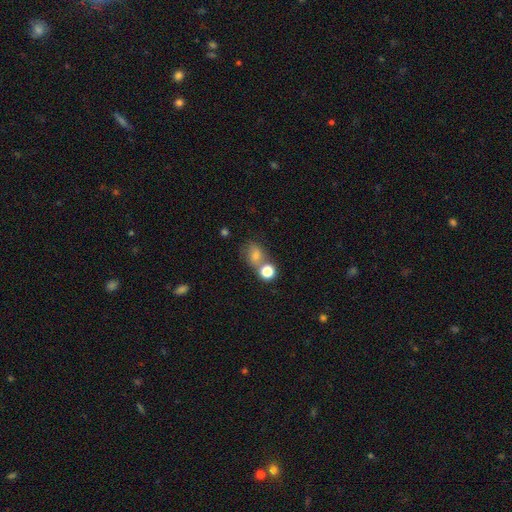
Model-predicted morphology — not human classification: Smooth or featured?
  - smooth: 69% *
  - featured or disk: 16%
  - star or artifact: 15%
How rounded?
  - round: 51% *
  - in between: 47%
  - cigar-shaped: 2%
Merging?
  - none: 43% *
  - merger: 33%
  - minor disturbance: 16%
  - major disturbance: 9%